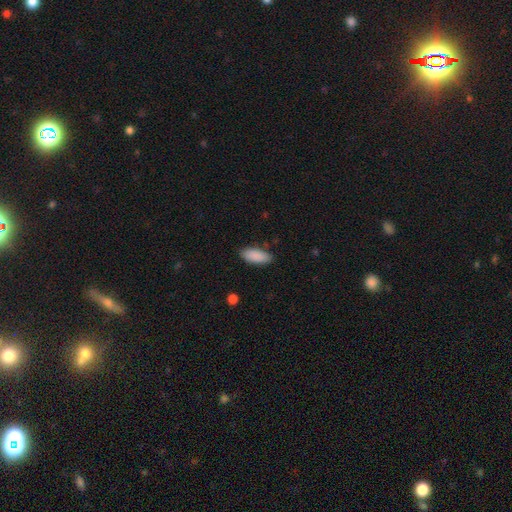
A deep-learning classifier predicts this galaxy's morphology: smooth 90%, star or artifact 6%, featured or disk 4%. Down the decision tree: how rounded — in between (83%); merging — none (85%).